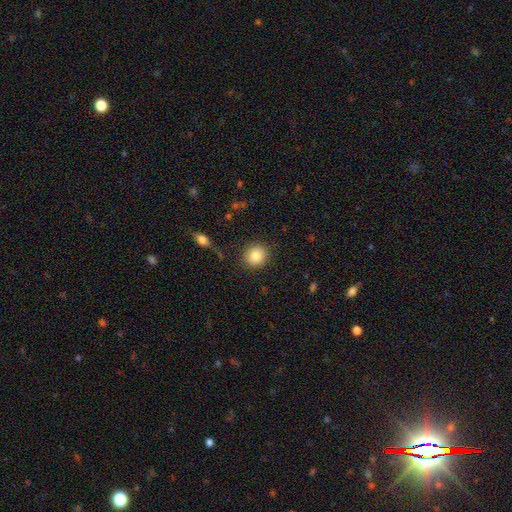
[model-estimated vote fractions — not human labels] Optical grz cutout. It shows a smooth galaxy with no disk features (84%) that is round (80%). Merging: none (86%).